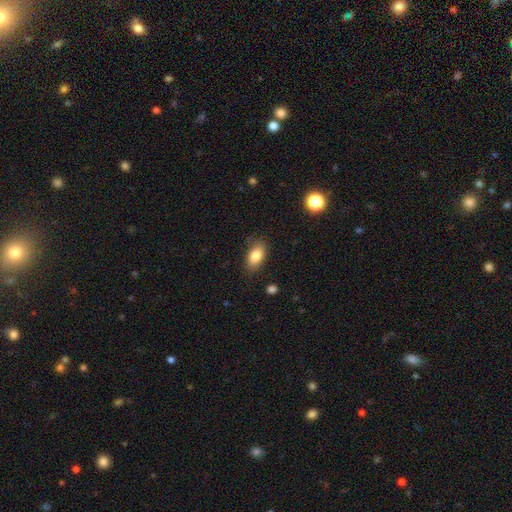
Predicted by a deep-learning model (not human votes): Morphology: type=smooth (82%); roundness=in between (90%); merging=none (81%).